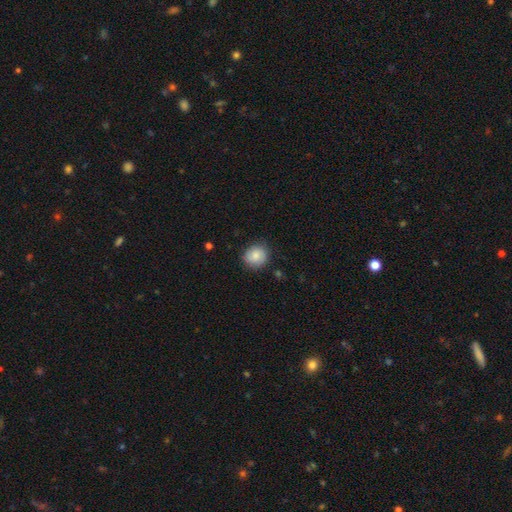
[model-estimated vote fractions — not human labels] This is clearly a smooth galaxy (81%). How rounded: clearly round (82%). Merging: clearly none (82%).